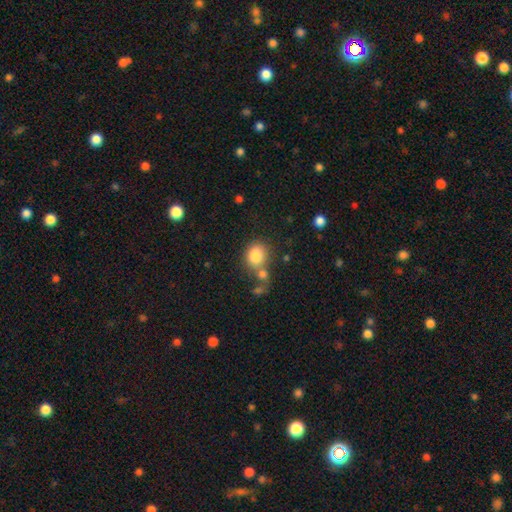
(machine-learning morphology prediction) Smooth or featured?
  - smooth: 83% *
  - star or artifact: 9%
  - featured or disk: 8%
How rounded?
  - round: 69% *
  - in between: 30%
  - cigar-shaped: 1%
Merging?
  - none: 56% *
  - merger: 26%
  - minor disturbance: 13%
  - major disturbance: 6%